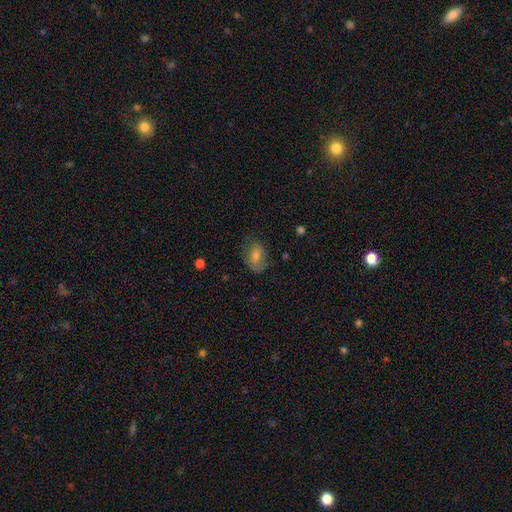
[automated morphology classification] smooth-or-featured: smooth: 51% | featured or disk: 34% | star or artifact: 15%
  how-rounded: in between: 77% | round: 21% | cigar-shaped: 2%
  merging: none: 65% | minor disturbance: 22% | major disturbance: 11% | merger: 2%